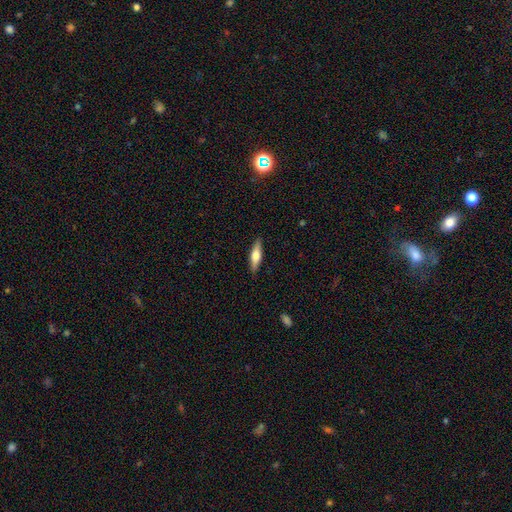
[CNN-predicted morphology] A smooth galaxy with no disk features (54%) that is cigar-shaped (64%). Merging: none (89%).